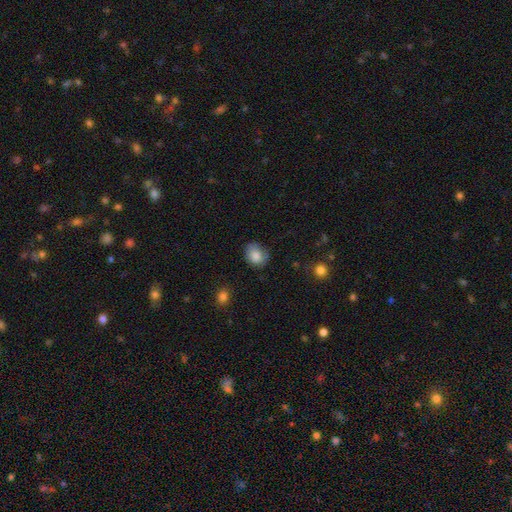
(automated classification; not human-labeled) This is likely a smooth galaxy (79%). How rounded: possibly round (60%). Merging: likely none (65%).